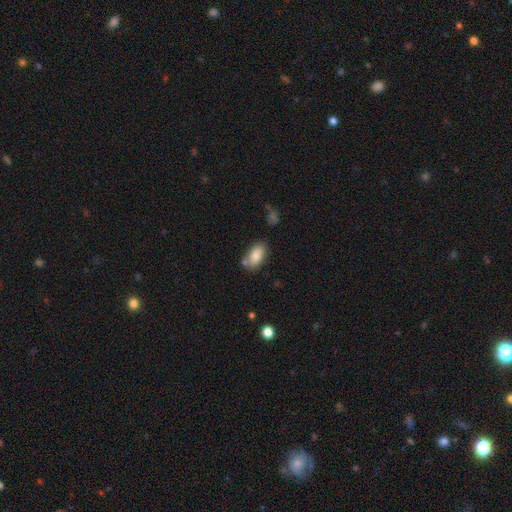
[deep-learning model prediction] This appears to be a smooth galaxy with no disk features (82%) that is in between round and cigar-shaped (93%). Merging: none (67%).